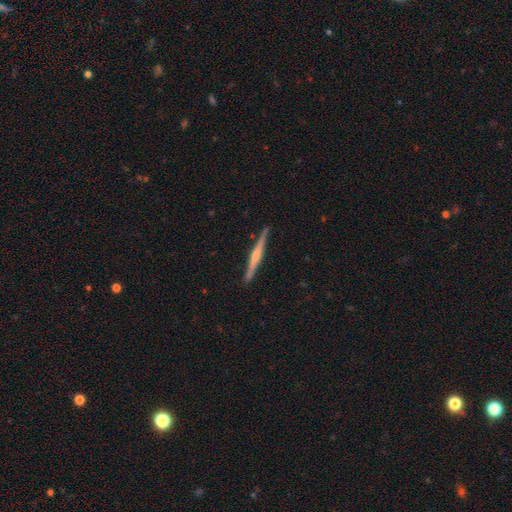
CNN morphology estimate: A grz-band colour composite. It shows a featured or disk galaxy (70%) viewed edge-on (98%) with a rounded central bulge (63%). Merging: none (91%).